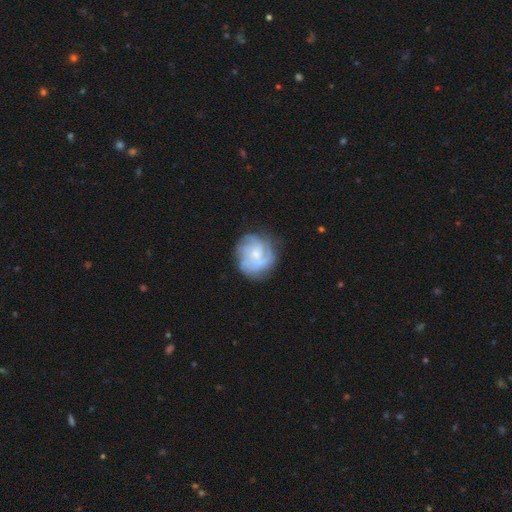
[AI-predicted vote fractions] Smooth or featured: featured or disk — 67% (smooth — 26%)
Edge-on disk: no — 98% (yes — 2%)
Bar: no — 75% (weak — 21%)
Spiral arms: yes — 79% (no — 21%)
Spiral winding: tight — 55% (medium — 31%)
Spiral arm count: can't tell — 45% (3 — 19%)
Bulge size: small — 48% (moderate — 31%)
Merging: none — 66% (minor disturbance — 19%)